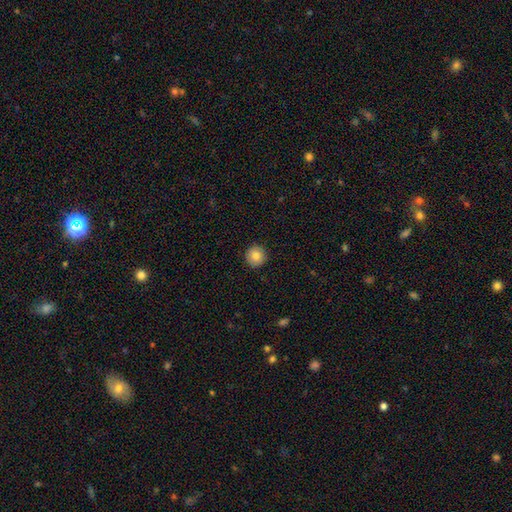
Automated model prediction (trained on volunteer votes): The model was most divided on "smooth or featured": smooth: 83%, featured or disk: 9%, star or artifact: 8%. More confident: how rounded — round (95%); merging — none (92%).